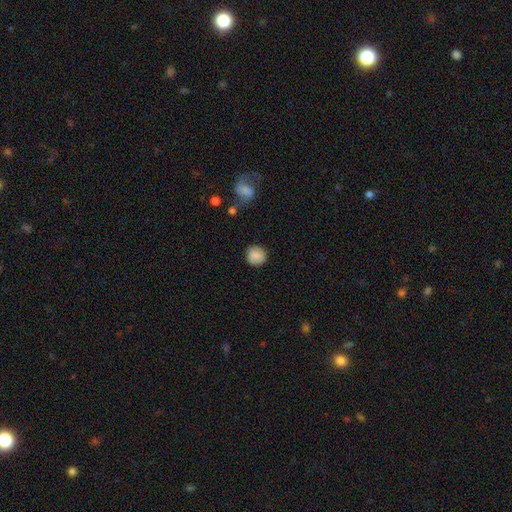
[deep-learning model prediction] smooth 78%, featured or disk 14%, star or artifact 8%. Down the decision tree: how rounded — round (89%); merging — none (83%).